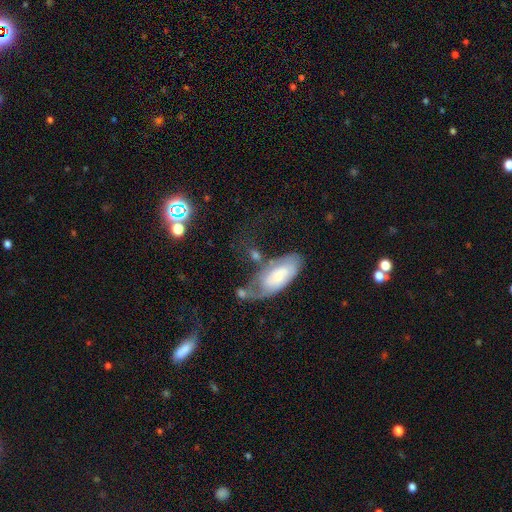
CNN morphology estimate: smooth_or_featured: smooth (p=0.46) [alt: featured or disk p=0.44]
merging: none (p=0.32) [alt: major disturbance p=0.28]